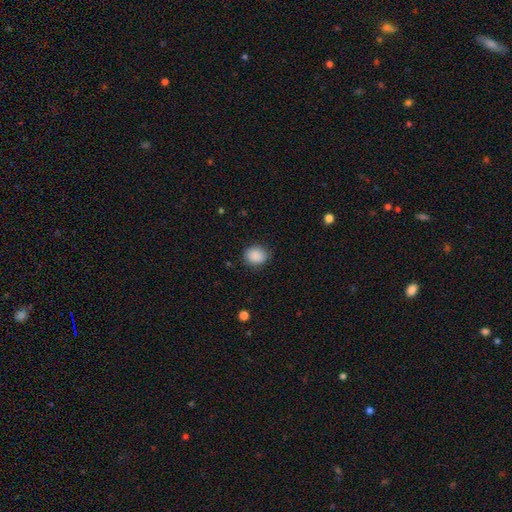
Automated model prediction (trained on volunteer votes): A smooth galaxy with no disk features (89%) that is round (56%).

Vote fractions:
- Smooth or featured? smooth: 89% / star or artifact: 8% / featured or disk: 3%
- How rounded? round: 56% / in between: 43% / cigar-shaped: 1%
- Merging? none: 83% / minor disturbance: 12% / major disturbance: 3% / merger: 1%